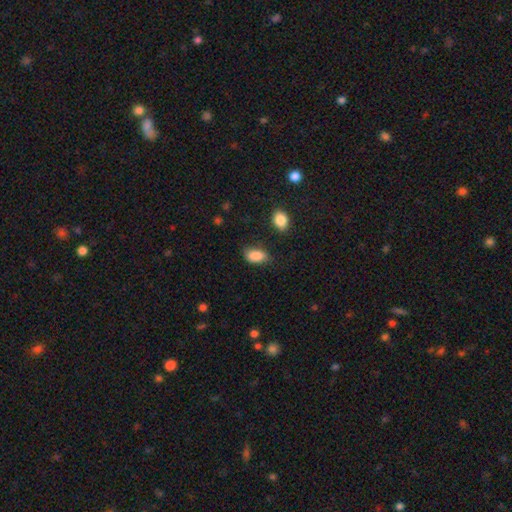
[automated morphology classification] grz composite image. It shows a smooth galaxy with no disk features (88%) that is in between round and cigar-shaped (92%). Merging: none (72%).